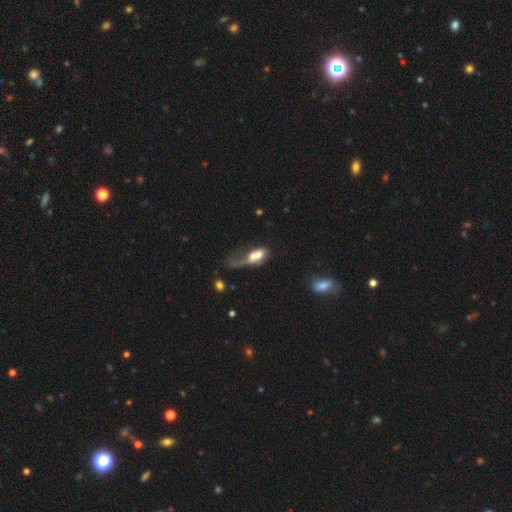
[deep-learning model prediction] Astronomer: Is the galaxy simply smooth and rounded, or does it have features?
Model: smooth — 58%.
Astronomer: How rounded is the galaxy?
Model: in between — 77%.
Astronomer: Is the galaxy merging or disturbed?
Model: major disturbance — 51%.